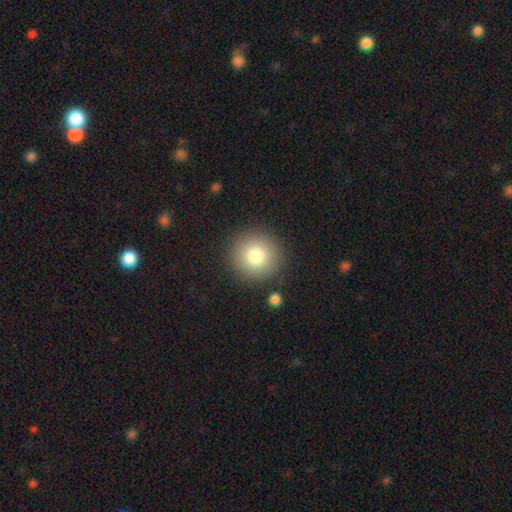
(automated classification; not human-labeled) This is likely a smooth galaxy (80%). How rounded: clearly round (96%). Merging: clearly none (88%).